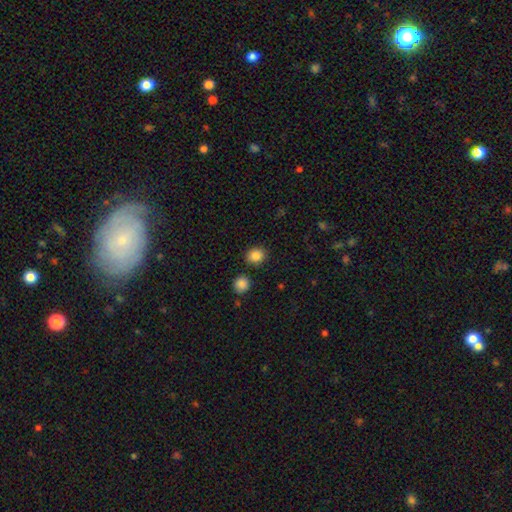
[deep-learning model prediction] smooth-or-featured: smooth: 86% | star or artifact: 10% | featured or disk: 4%
  how-rounded: round: 68% | in between: 31% | cigar-shaped: 1%
  merging: none: 85% | minor disturbance: 8% | merger: 5% | major disturbance: 2%